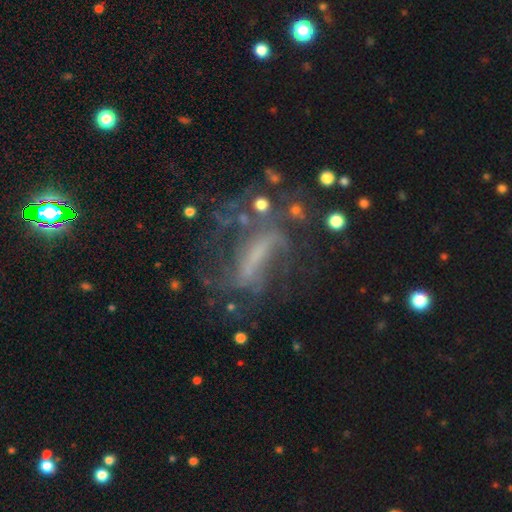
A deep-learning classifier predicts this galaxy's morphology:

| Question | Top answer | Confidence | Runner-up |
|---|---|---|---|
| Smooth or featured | featured or disk | 66% | smooth (18%) |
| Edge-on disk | no | 84% | yes (16%) |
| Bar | strong | 42% | no (29%) |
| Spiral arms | yes | 58% | no (42%) |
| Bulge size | none | 47% | small (30%) |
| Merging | none | 48% | major disturbance (27%) |